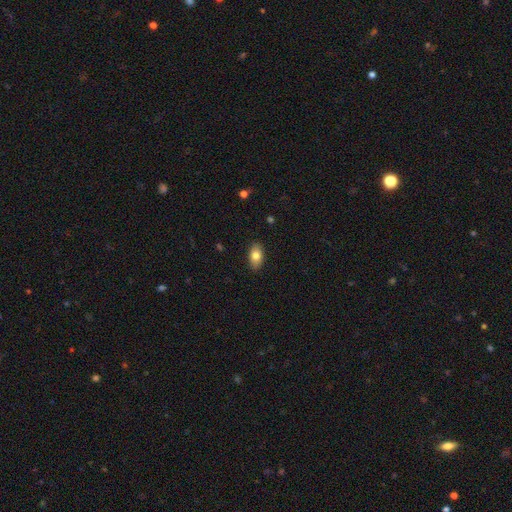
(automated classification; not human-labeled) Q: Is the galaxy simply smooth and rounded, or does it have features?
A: smooth — 79%.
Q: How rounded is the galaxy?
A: in between — 91%.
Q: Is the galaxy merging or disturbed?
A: none — 88%.